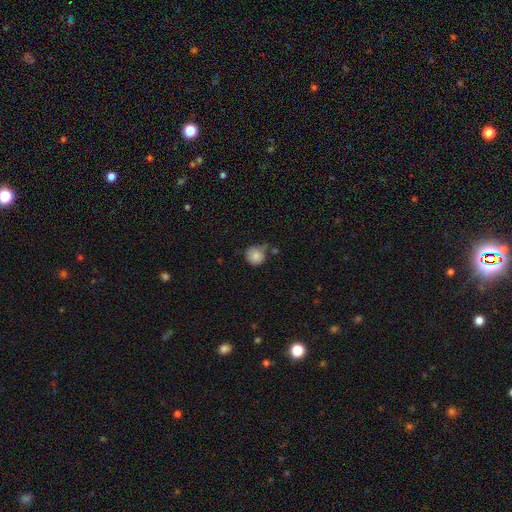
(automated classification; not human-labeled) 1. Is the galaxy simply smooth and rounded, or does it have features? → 84% smooth, 9% star or artifact, 7% featured or disk.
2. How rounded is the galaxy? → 93% round, 6% in between, 1% cigar-shaped.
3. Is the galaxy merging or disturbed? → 65% none, 22% minor disturbance, 8% merger, 5% major disturbance.